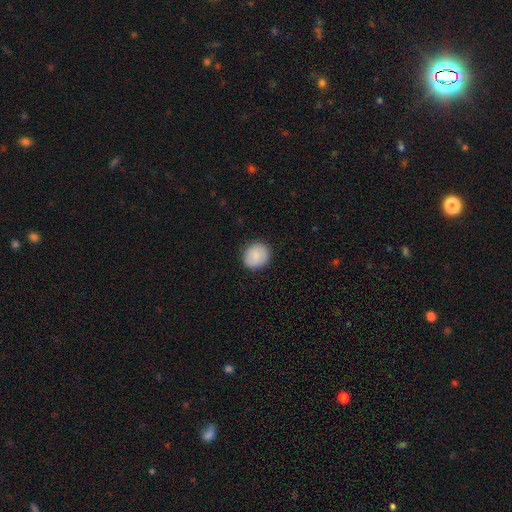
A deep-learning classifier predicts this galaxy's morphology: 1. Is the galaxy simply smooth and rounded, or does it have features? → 87% smooth, 7% star or artifact, 6% featured or disk.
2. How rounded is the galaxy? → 80% round, 19% in between, 1% cigar-shaped.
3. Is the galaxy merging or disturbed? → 88% none, 9% minor disturbance, 2% major disturbance, 1% merger.